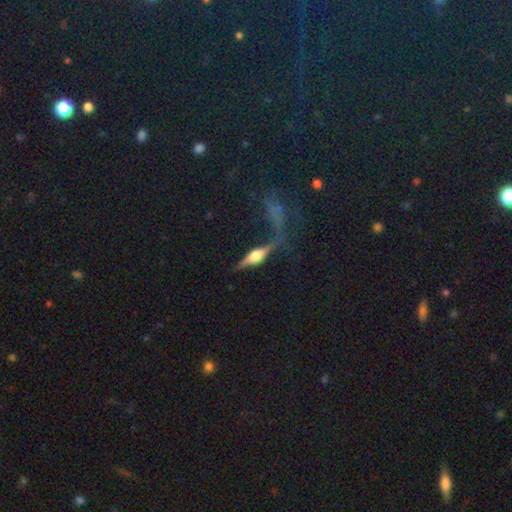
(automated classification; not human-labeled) smooth_or_featured: featured or disk (p=0.65) [alt: smooth p=0.27]
disk_edge_on: yes (p=0.89) [alt: no p=0.11]
edge_on_bulge: rounded (p=0.90) [alt: boxy p=0.07]
merging: none (p=0.53) [alt: minor disturbance p=0.22]